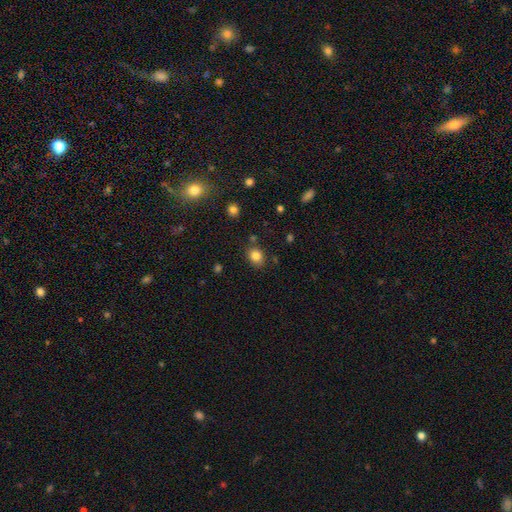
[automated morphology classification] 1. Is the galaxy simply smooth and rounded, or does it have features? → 83% smooth, 11% star or artifact, 6% featured or disk.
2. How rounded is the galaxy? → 55% round, 44% in between, 1% cigar-shaped.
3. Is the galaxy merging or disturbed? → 79% none, 13% minor disturbance, 5% merger, 3% major disturbance.